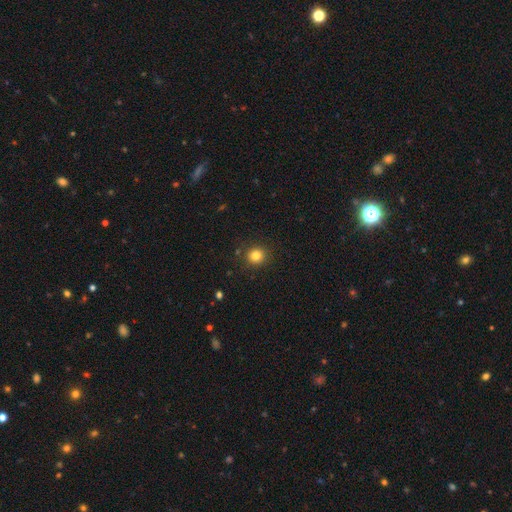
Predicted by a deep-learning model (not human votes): Morphology: type=smooth (82%); roundness=round (90%); merging=none (89%).